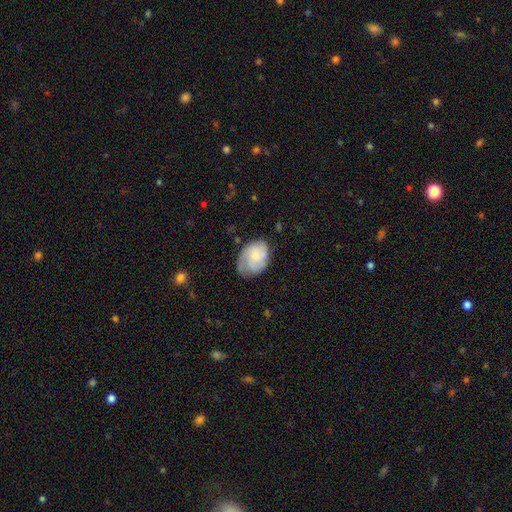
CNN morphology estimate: Overall: featured or disk (48%; smooth 45%). Merging: none (56%; minor disturbance 30%).